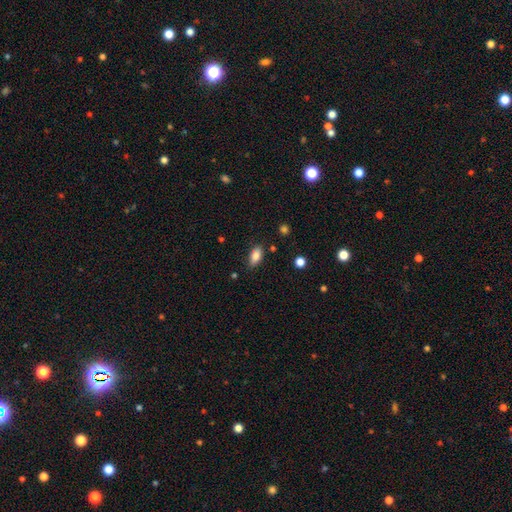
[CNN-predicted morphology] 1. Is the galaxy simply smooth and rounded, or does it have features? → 84% smooth, 8% star or artifact, 8% featured or disk.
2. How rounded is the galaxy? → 89% in between, 6% cigar-shaped, 5% round.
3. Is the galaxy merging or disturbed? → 81% none, 14% minor disturbance, 3% major disturbance, 2% merger.